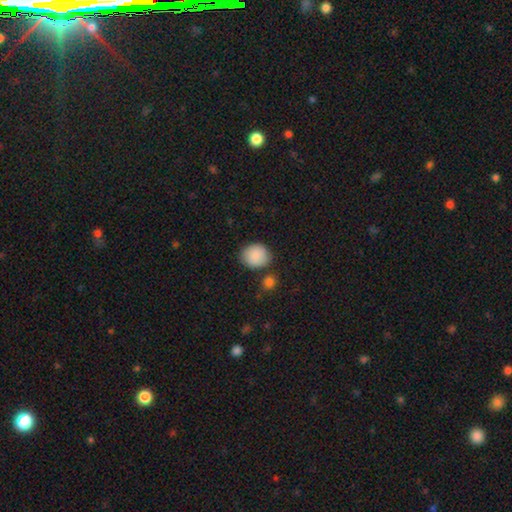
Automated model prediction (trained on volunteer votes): smooth_or_featured: smooth (p=0.88) [alt: star or artifact p=0.07]
how_rounded: round (p=0.76) [alt: in between p=0.23]
merging: none (p=0.78) [alt: minor disturbance p=0.13]